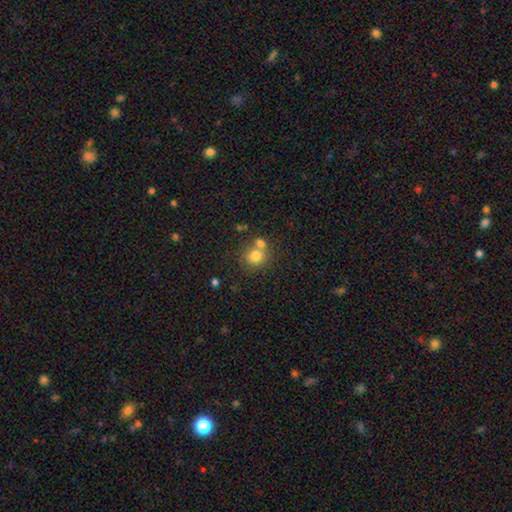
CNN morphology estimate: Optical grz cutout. It shows a smooth galaxy with no disk features (78%) that is round (82%). Merging: none (51%).